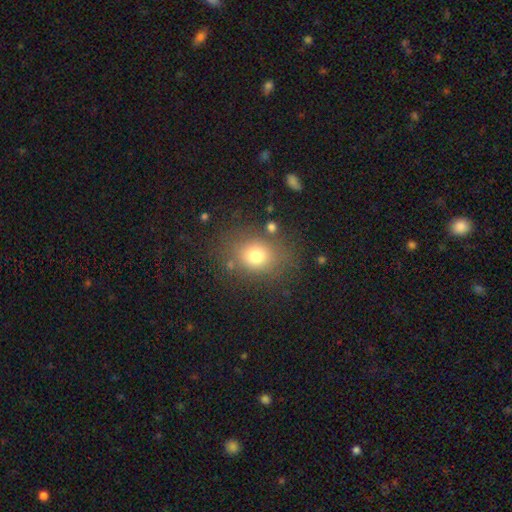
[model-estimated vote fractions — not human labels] A smooth galaxy with no disk features (75%) that is round (54%).

Vote fractions:
- Smooth or featured? smooth: 75% / star or artifact: 13% / featured or disk: 11%
- How rounded? round: 54% / in between: 45% / cigar-shaped: 1%
- Merging? none: 75% / minor disturbance: 14% / major disturbance: 7% / merger: 4%